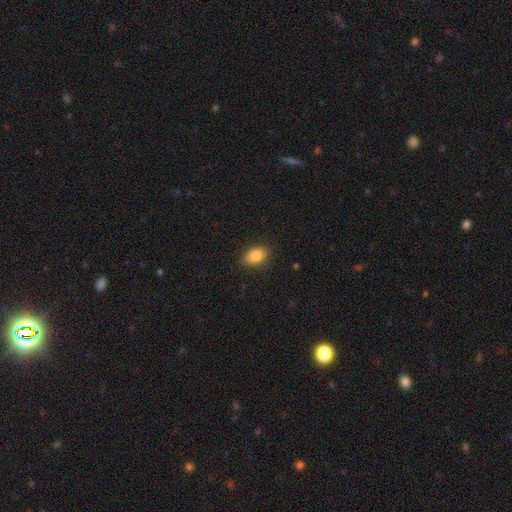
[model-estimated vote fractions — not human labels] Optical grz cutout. It shows a smooth galaxy with no disk features (86%) that is in between round and cigar-shaped (84%). Merging: none (85%).